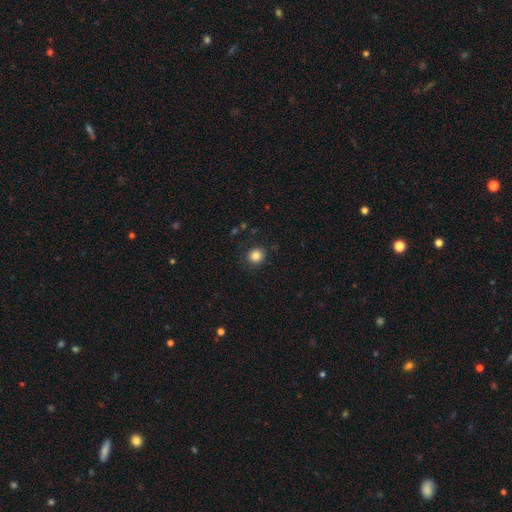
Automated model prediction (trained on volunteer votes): Smooth or featured?
  - smooth: 85% *
  - star or artifact: 11%
  - featured or disk: 4%
How rounded?
  - round: 89% *
  - in between: 10%
  - cigar-shaped: 1%
Merging?
  - none: 87% *
  - minor disturbance: 9%
  - major disturbance: 3%
  - merger: 1%